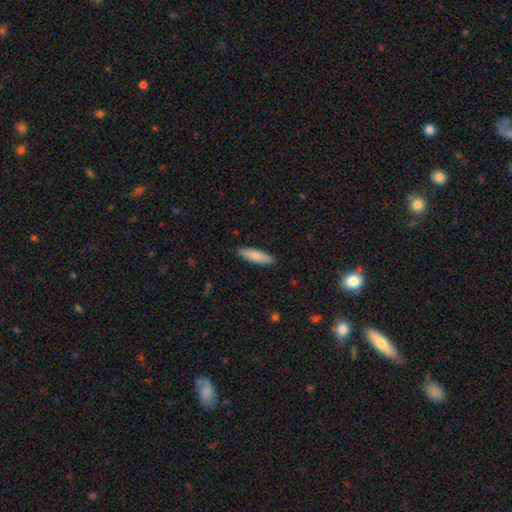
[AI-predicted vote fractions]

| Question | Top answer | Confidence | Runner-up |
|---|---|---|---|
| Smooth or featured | smooth | 83% | featured or disk (11%) |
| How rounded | cigar-shaped | 63% | in between (35%) |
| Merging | none | 89% | minor disturbance (8%) |